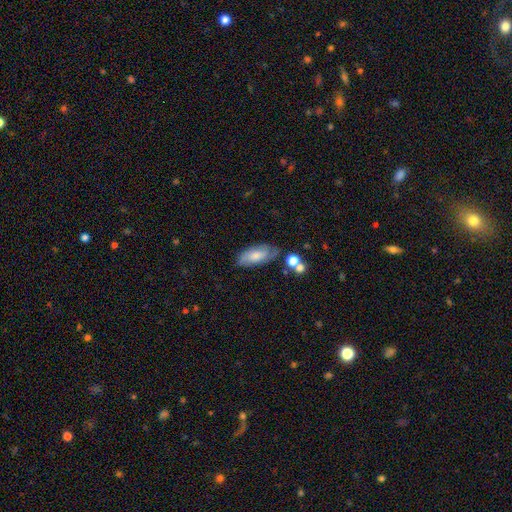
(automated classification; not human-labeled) Smooth or featured?
  - smooth: 52% *
  - featured or disk: 40%
  - star or artifact: 8%
How rounded?
  - in between: 83% *
  - cigar-shaped: 14%
  - round: 3%
Merging?
  - none: 69% *
  - minor disturbance: 20%
  - major disturbance: 6%
  - merger: 5%